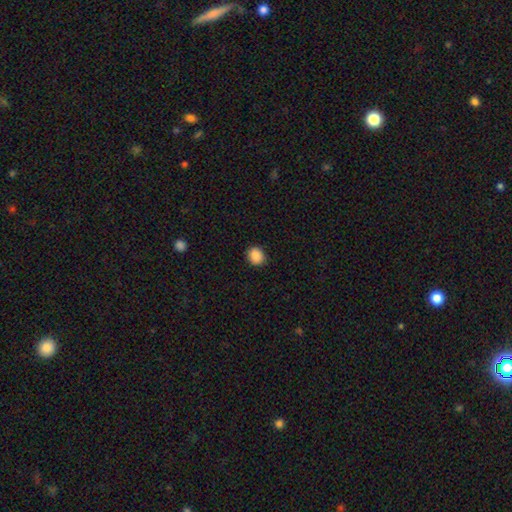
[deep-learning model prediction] Smooth or featured? smooth (88%)
How rounded? round (75%)
Merging? none (86%)